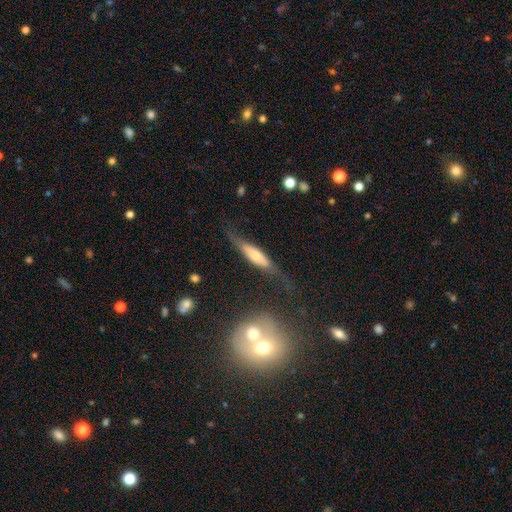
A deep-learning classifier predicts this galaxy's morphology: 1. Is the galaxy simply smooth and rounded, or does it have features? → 49% featured or disk, 44% smooth, 7% star or artifact.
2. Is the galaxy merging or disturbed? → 55% none, 25% minor disturbance, 16% major disturbance, 4% merger.